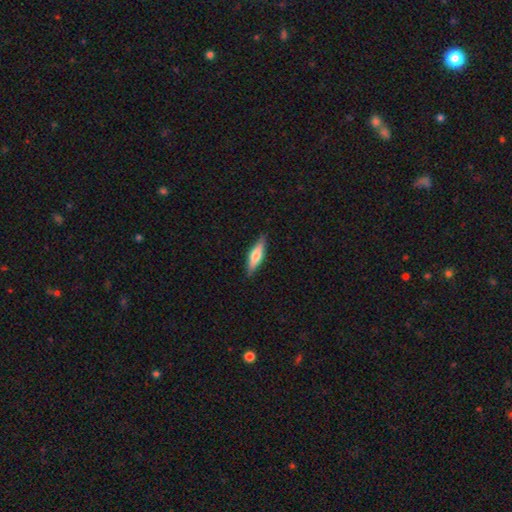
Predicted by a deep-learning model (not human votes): smooth 57%, featured or disk 37%, star or artifact 6%. Down the decision tree: how rounded — cigar-shaped (63%); merging — none (86%).